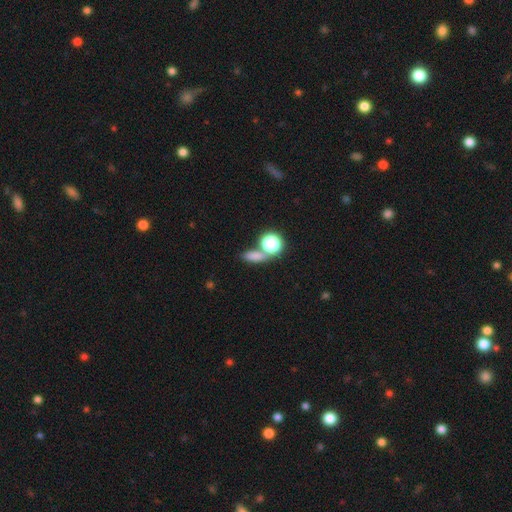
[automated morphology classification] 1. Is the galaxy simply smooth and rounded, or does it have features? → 74% smooth, 18% star or artifact, 8% featured or disk.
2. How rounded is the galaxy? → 50% in between, 34% round, 16% cigar-shaped.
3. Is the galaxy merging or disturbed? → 57% none, 26% merger, 11% minor disturbance, 5% major disturbance.